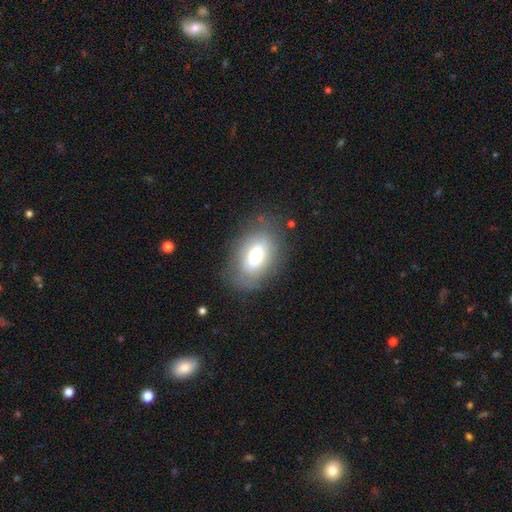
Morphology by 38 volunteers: smooth 71%, featured or disk 21%, star or artifact 8%. Down the decision tree: how rounded — in between (93%); merging — none (80%).